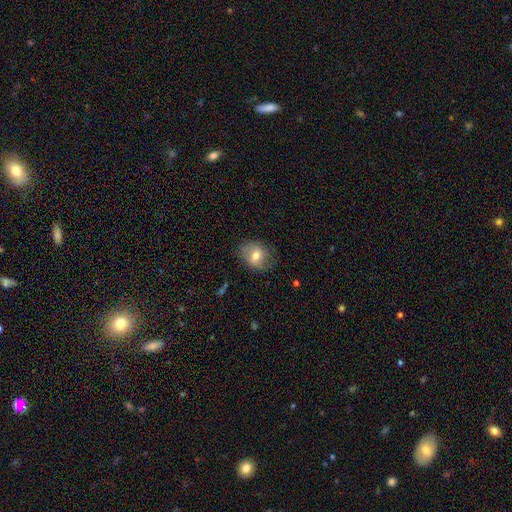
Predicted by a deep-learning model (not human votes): Smooth or featured: smooth — 65% (featured or disk — 26%)
How rounded: in between — 53% (round — 46%)
Merging: none — 76% (minor disturbance — 18%)